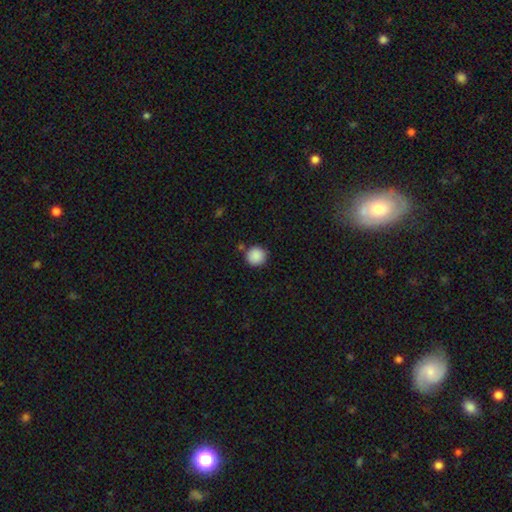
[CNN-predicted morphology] The model was most divided on "merging": none: 83%, minor disturbance: 9%, merger: 6%, major disturbance: 3%. More confident: how rounded — round (93%); smooth or featured — smooth (88%).